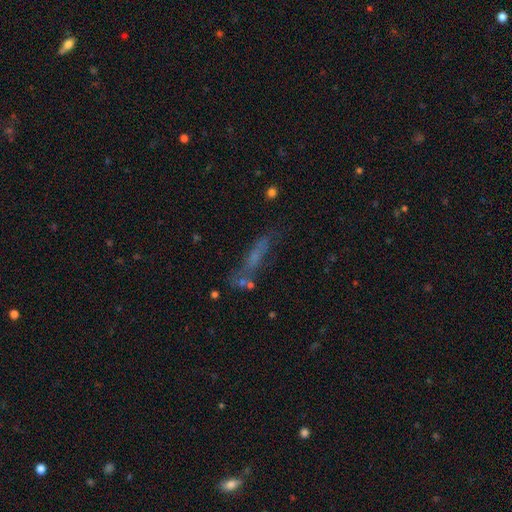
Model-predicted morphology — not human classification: Smooth or featured: smooth — 44% (featured or disk — 37%)
Merging: none — 56% (minor disturbance — 18%)